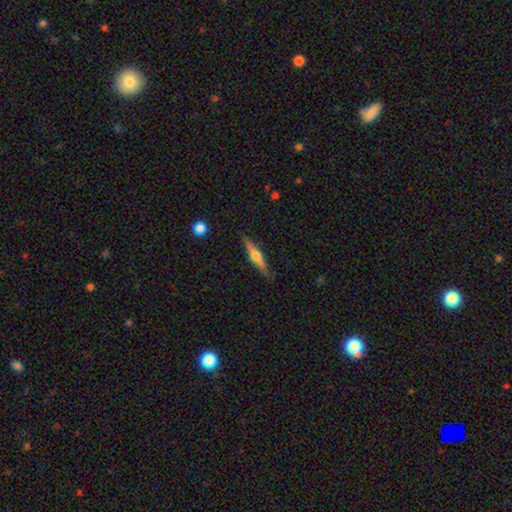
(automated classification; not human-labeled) Morphology: type=featured or disk (61%); edge-on=yes (97%); edge-on bulge=rounded (88%); merging=none (87%).